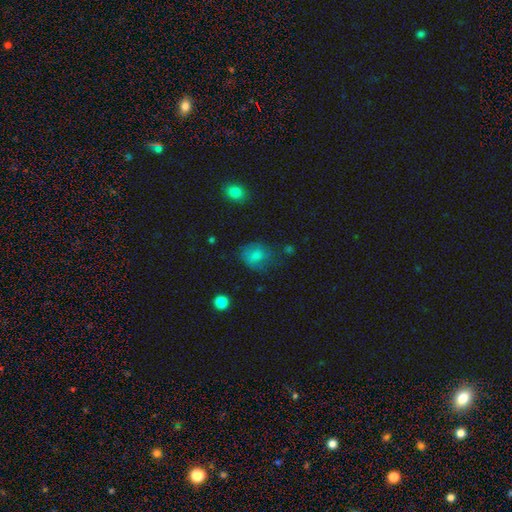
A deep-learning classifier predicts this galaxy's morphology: smooth_or_featured: smooth (p=0.75) [alt: featured or disk p=0.14]
how_rounded: round (p=0.57) [alt: in between p=0.42]
merging: none (p=0.56) [alt: minor disturbance p=0.26]